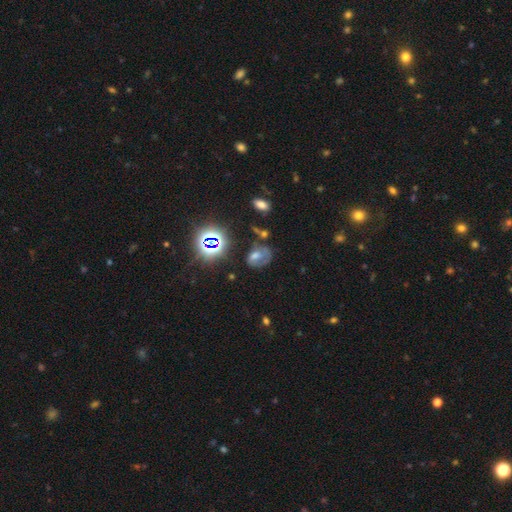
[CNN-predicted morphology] The model was most divided on "smooth or featured": smooth: 36%, featured or disk: 32%, star or artifact: 32%. Remaining: merging — none (49%).